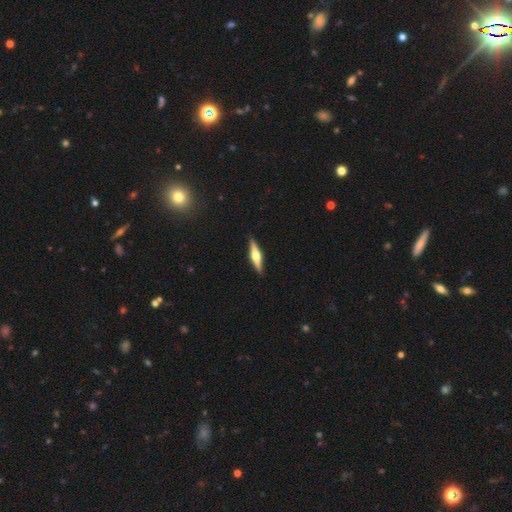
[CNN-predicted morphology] Smooth or featured: featured or disk — 66% (smooth — 29%)
Edge-on disk: yes — 97% (no — 3%)
Edge-on bulge: rounded — 91% (boxy — 6%)
Merging: none — 90% (minor disturbance — 7%)